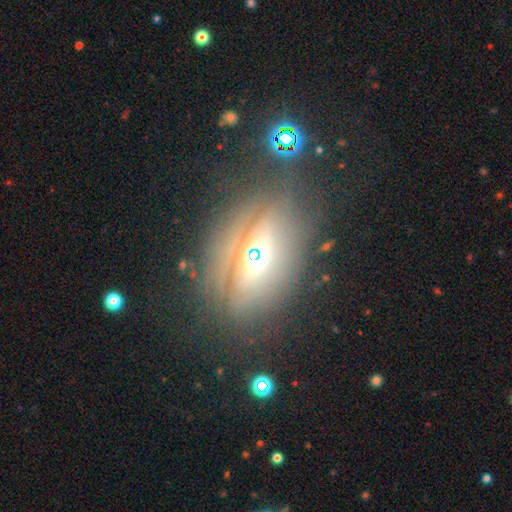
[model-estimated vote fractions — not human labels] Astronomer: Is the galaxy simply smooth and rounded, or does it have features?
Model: featured or disk — 64%.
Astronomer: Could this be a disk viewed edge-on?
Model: no — 61% (runner-up: yes, 39%).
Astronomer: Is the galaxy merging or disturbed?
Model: none — 69%.